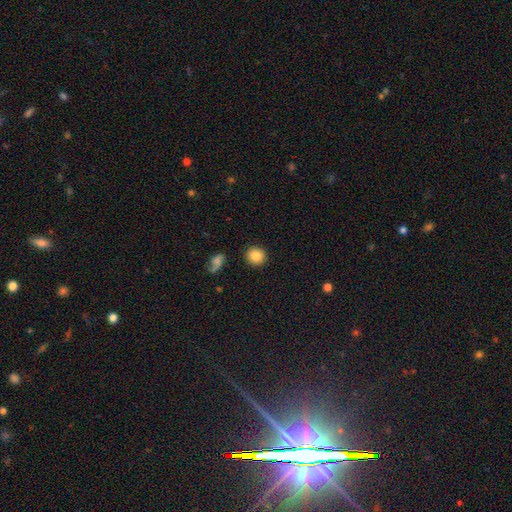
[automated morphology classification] This appears to be a smooth galaxy with no disk features (85%) that is round (90%). Merging: none (91%).